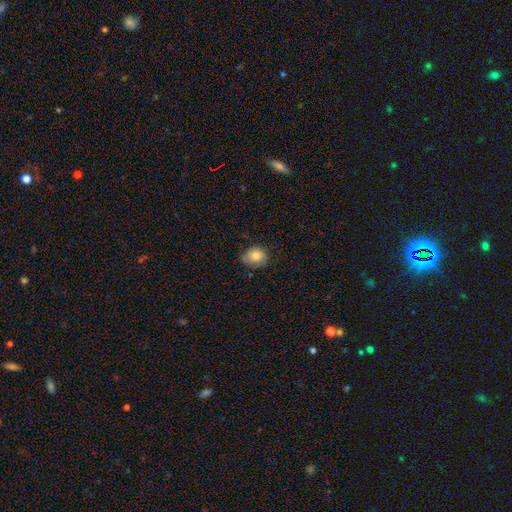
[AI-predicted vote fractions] Morphology: type=smooth (80%); roundness=round (64%); merging=none (61%).